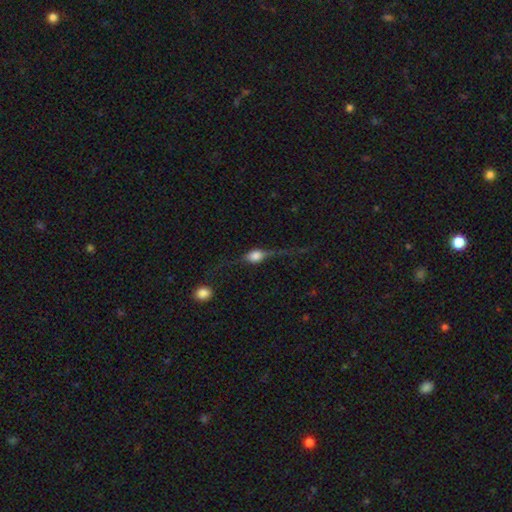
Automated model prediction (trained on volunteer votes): The model was most divided on "merging": none: 51%, major disturbance: 24%, minor disturbance: 21%, merger: 5%. More confident: edge-on bulge — rounded (93%); edge-on disk — yes (86%); smooth or featured — featured or disk (59%).